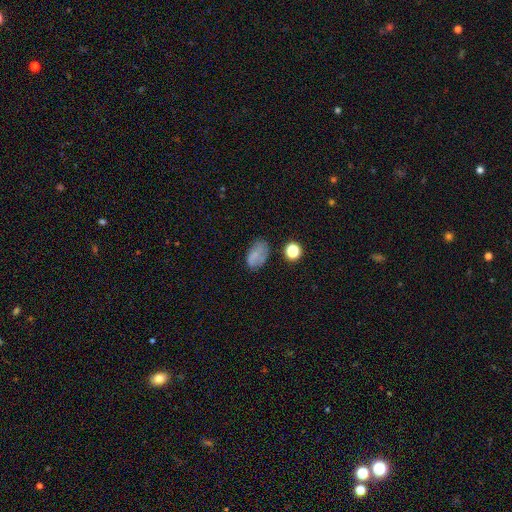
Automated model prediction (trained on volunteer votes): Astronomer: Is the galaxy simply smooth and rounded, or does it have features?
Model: smooth — 75%.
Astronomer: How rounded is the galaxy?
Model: in between — 88%.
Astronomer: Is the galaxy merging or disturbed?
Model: none — 62%.